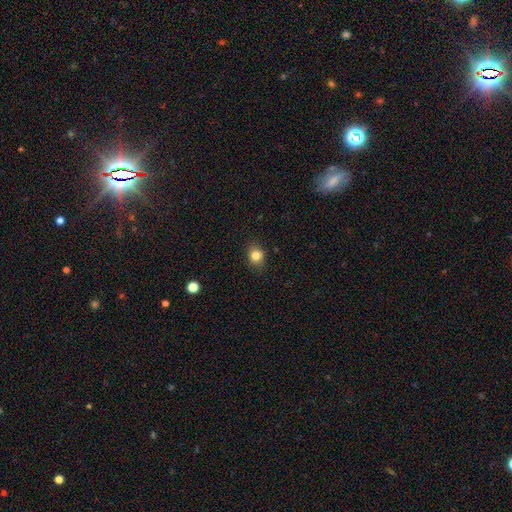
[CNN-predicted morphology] Smooth or featured? smooth (83%)
How rounded? round (66%)
Merging? none (85%)